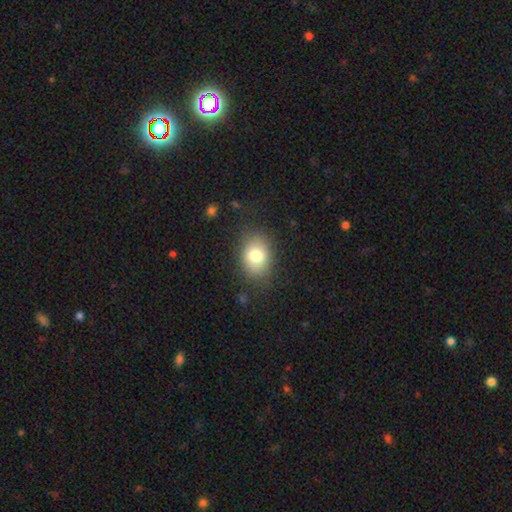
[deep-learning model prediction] Smooth or featured: smooth — 78% (featured or disk — 13%)
How rounded: in between — 68% (round — 31%)
Merging: none — 79% (minor disturbance — 14%)